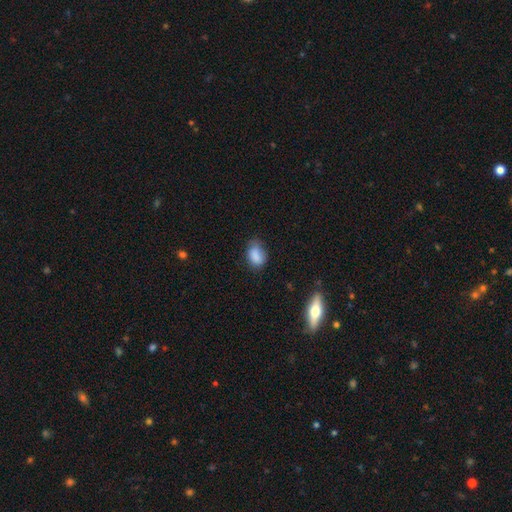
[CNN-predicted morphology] A smooth galaxy with no disk features (86%) that is in between round and cigar-shaped (80%).

Vote fractions:
- Smooth or featured? smooth: 86% / star or artifact: 9% / featured or disk: 6%
- How rounded? in between: 80% / round: 18% / cigar-shaped: 2%
- Merging? none: 62% / minor disturbance: 30% / major disturbance: 7% / merger: 2%